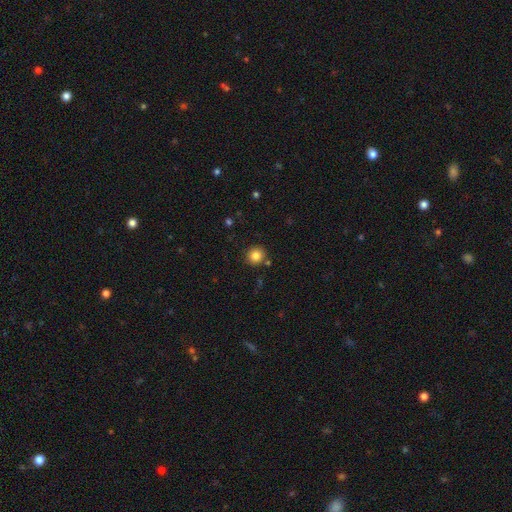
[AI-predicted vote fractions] Overall: smooth (84%). How rounded: round (91%). Merging: none (85%).